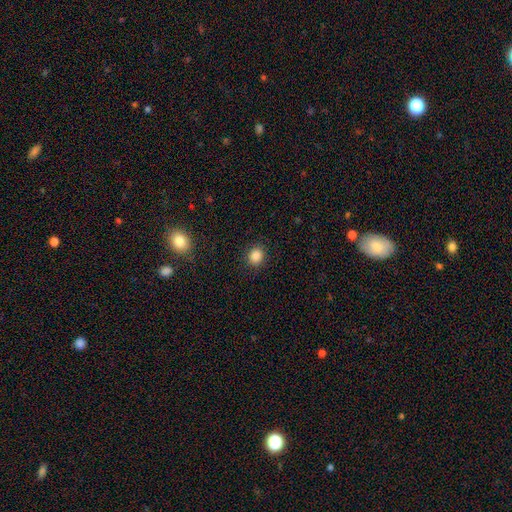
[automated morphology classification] smooth-or-featured: smooth: 86% | star or artifact: 11% | featured or disk: 3%
  how-rounded: round: 78% | in between: 21% | cigar-shaped: 1%
  merging: none: 90% | minor disturbance: 7% | major disturbance: 2% | merger: 1%